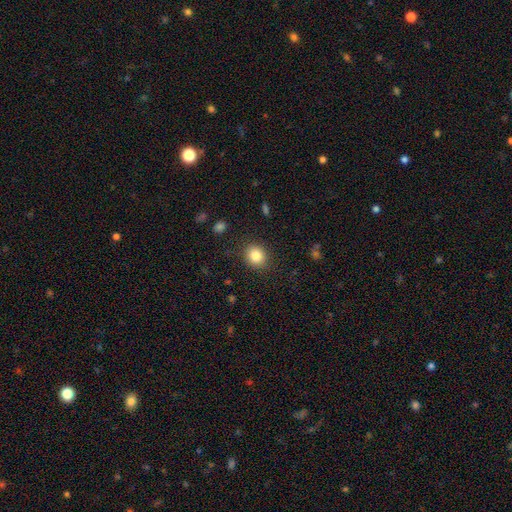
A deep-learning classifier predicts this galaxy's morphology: A smooth galaxy with no disk features (84%) that is round (74%).

Vote fractions:
- Smooth or featured? smooth: 84% / star or artifact: 10% / featured or disk: 6%
- How rounded? round: 74% / in between: 25% / cigar-shaped: 1%
- Merging? none: 88% / minor disturbance: 8% / major disturbance: 3% / merger: 1%